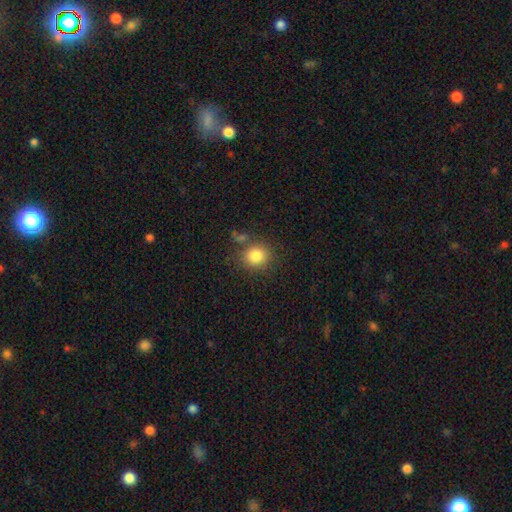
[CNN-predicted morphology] Smooth or featured: smooth — 83% (star or artifact — 10%)
How rounded: round — 78% (in between — 21%)
Merging: none — 77% (minor disturbance — 12%)